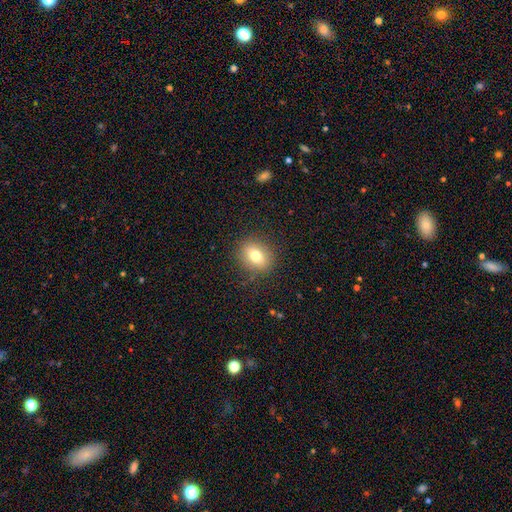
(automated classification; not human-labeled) Morphology: type=smooth (76%); roundness=in between (55%); merging=none (85%).